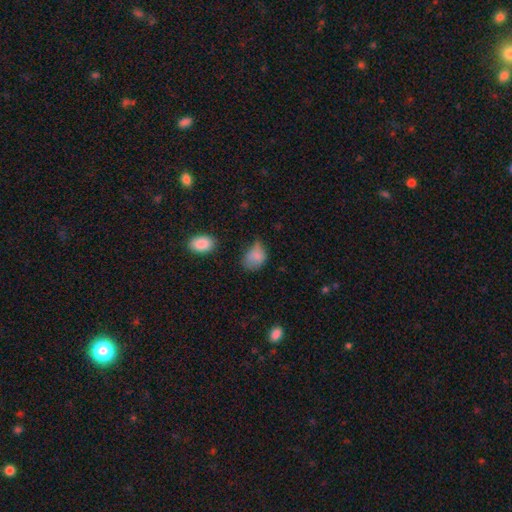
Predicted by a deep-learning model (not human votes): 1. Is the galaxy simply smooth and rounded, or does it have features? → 79% smooth, 10% star or artifact, 10% featured or disk.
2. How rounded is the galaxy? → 72% in between, 27% round, 1% cigar-shaped.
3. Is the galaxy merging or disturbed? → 42% minor disturbance, 36% none, 18% major disturbance, 4% merger.